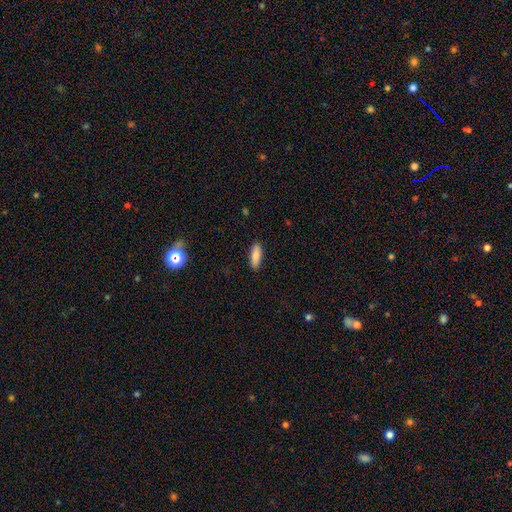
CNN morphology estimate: smooth 85%, featured or disk 8%, star or artifact 7%. Down the decision tree: how rounded — in between (62%); merging — none (89%).